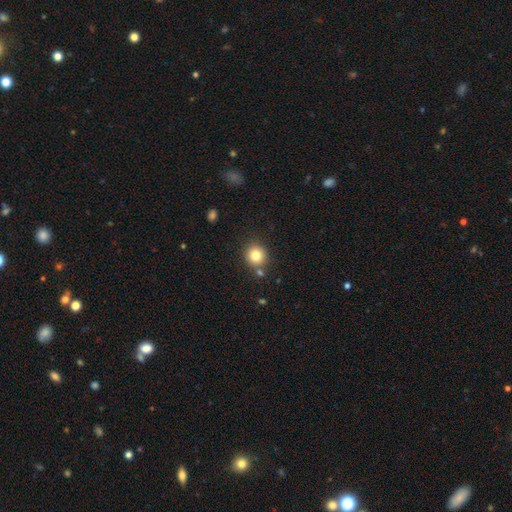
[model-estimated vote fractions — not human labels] This appears to be a smooth galaxy with no disk features (80%) that is round (90%). Merging: none (80%).